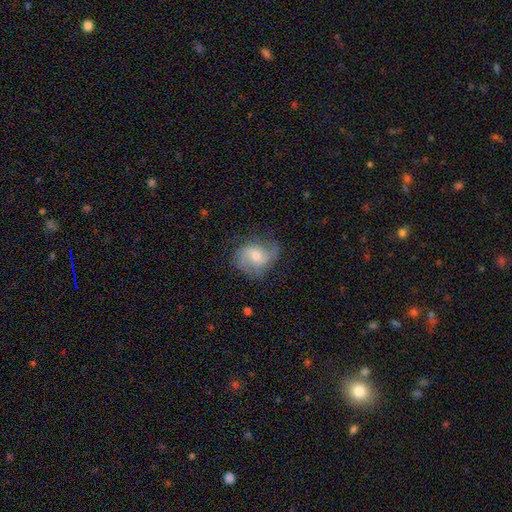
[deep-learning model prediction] Smooth or featured? Predicted: featured or disk (p=0.77). Edge-on disk? Predicted: no (p=0.98). Bar? Predicted: no (p=0.56). Spiral arms? Predicted: yes (p=0.94). Spiral winding? Predicted: medium (p=0.51). Spiral arm count? Predicted: 2 (p=0.75). Bulge size? Predicted: moderate (p=0.60). Merging? Predicted: none (p=0.71).